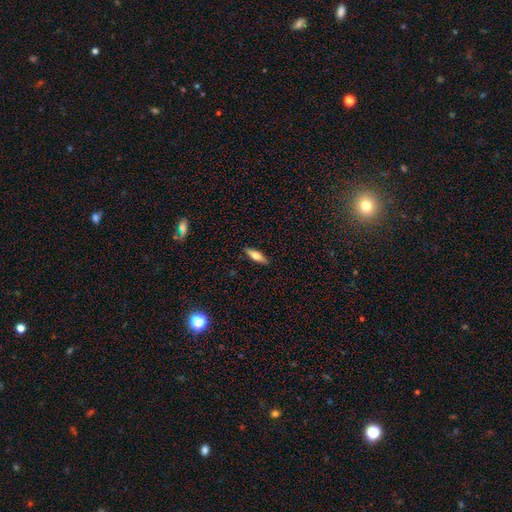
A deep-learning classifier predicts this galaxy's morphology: Smooth or featured?
  - smooth: 53% *
  - featured or disk: 41%
  - star or artifact: 7%
How rounded?
  - cigar-shaped: 59% *
  - in between: 39%
  - round: 2%
Merging?
  - none: 90% *
  - minor disturbance: 8%
  - major disturbance: 2%
  - merger: 1%